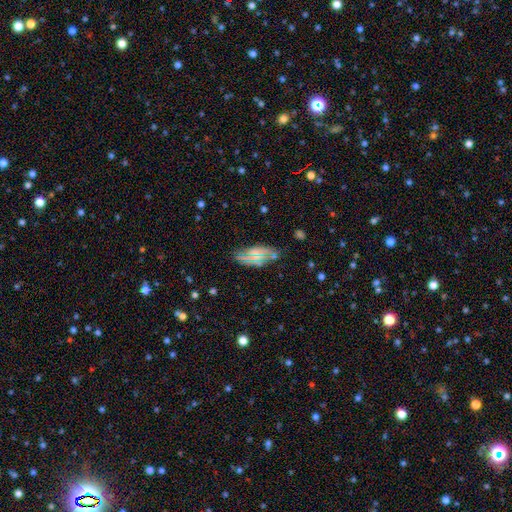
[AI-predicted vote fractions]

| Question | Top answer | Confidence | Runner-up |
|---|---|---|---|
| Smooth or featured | smooth | 64% | star or artifact (18%) |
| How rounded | in between | 84% | cigar-shaped (11%) |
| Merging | none | 76% | minor disturbance (17%) |